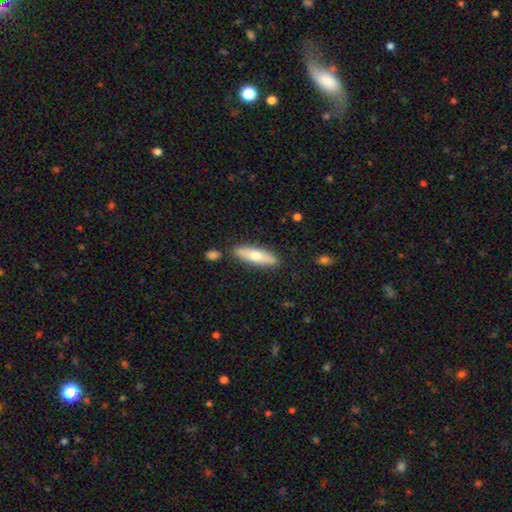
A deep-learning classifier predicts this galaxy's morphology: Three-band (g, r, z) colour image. It shows a smooth galaxy with no disk features (64%) that is cigar-shaped (63%). Merging: none (84%).